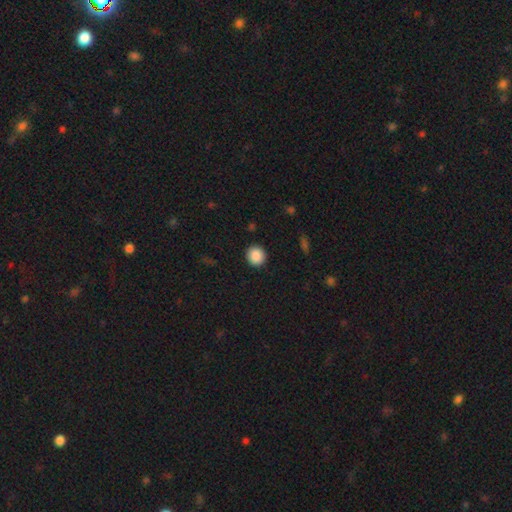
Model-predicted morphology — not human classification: The model was most divided on "smooth or featured": smooth: 88%, star or artifact: 9%, featured or disk: 3%. More confident: merging — none (92%); how rounded — round (91%).